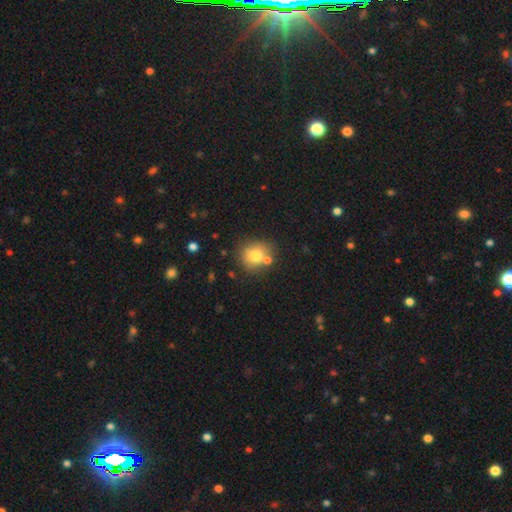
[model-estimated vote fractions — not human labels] A smooth galaxy with no disk features (75%) that is round (80%).

Vote fractions:
- Smooth or featured? smooth: 75% / featured or disk: 14% / star or artifact: 11%
- How rounded? round: 80% / in between: 19% / cigar-shaped: 1%
- Merging? none: 64% / merger: 18% / minor disturbance: 13% / major disturbance: 4%